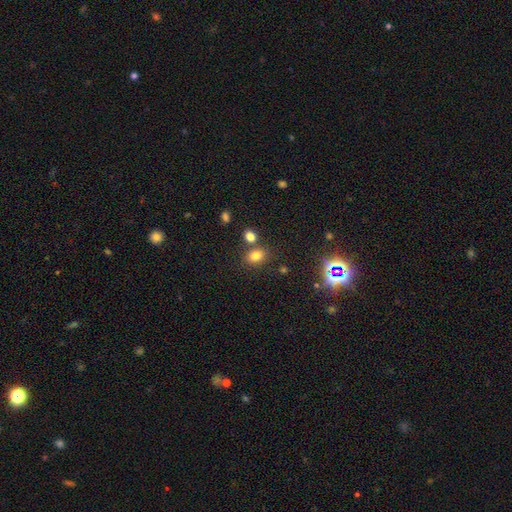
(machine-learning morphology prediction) Smooth or featured: smooth — 78% (star or artifact — 15%)
How rounded: in between — 64% (round — 35%)
Merging: none — 72% (merger — 14%)